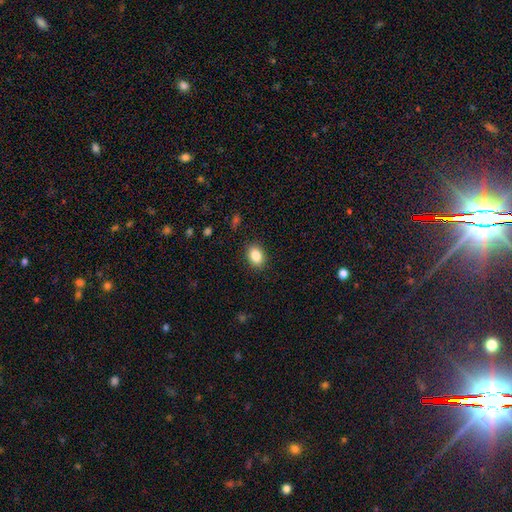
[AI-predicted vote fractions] Overall: smooth (86%). How rounded: in between (73%). Merging: none (88%).